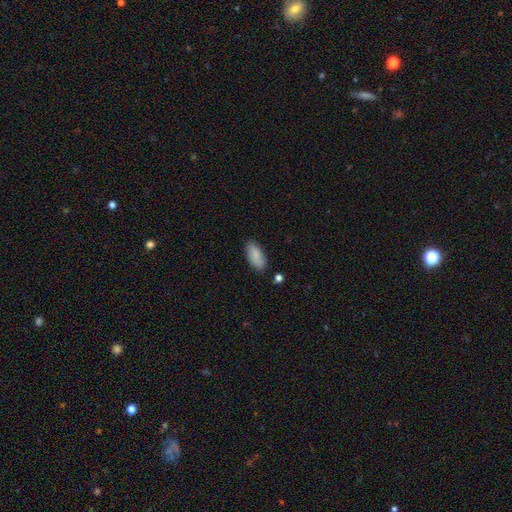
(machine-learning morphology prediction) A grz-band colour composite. It shows a smooth galaxy with no disk features (88%) that is in between round and cigar-shaped (88%). Merging: none (84%).